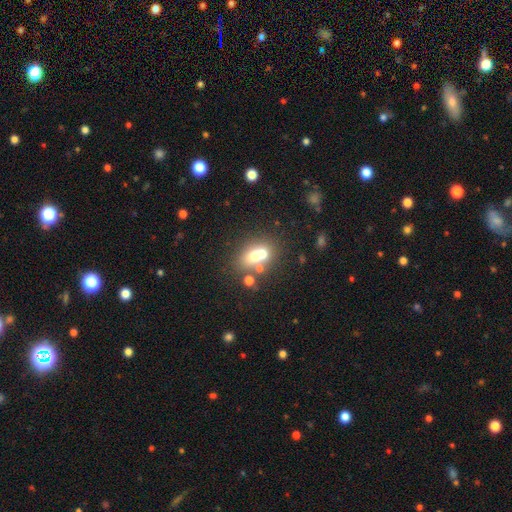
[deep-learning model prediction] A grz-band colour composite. It shows a smooth galaxy with no disk features (60%) that is in between round and cigar-shaped (54%). Merging: merger (46%).